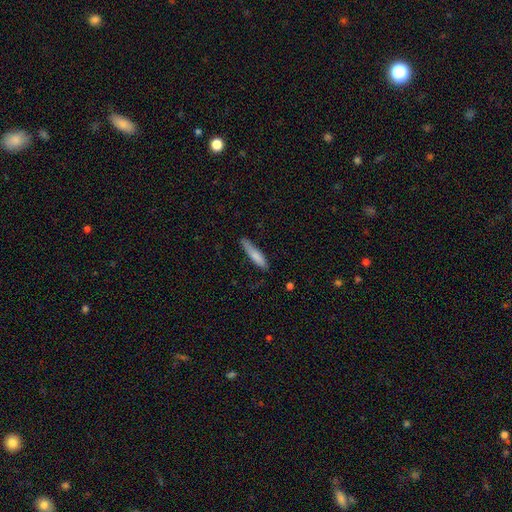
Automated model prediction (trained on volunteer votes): This appears to be a smooth galaxy with no disk features (79%) that is cigar-shaped (85%). Merging: none (72%).